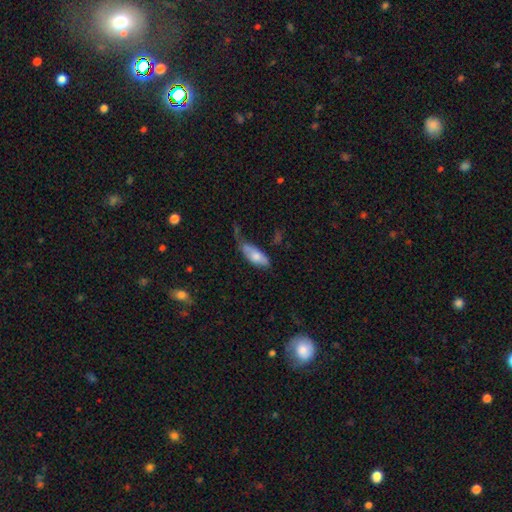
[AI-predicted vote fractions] A smooth galaxy with no disk features (71%) that is in between round and cigar-shaped (77%).

Vote fractions:
- Smooth or featured? smooth: 71% / featured or disk: 23% / star or artifact: 6%
- How rounded? in between: 77% / cigar-shaped: 20% / round: 2%
- Merging? minor disturbance: 34% / none: 32% / major disturbance: 26% / merger: 9%